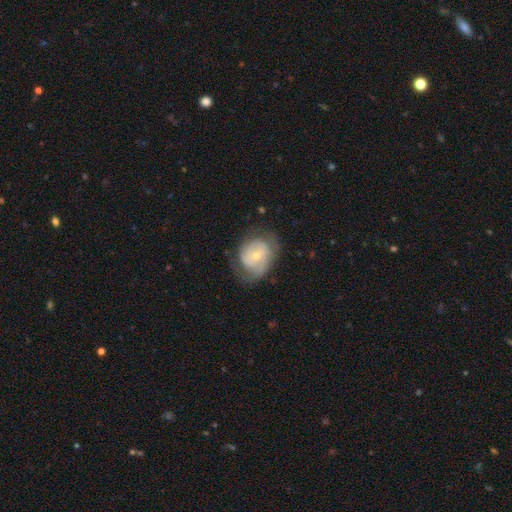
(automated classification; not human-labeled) Smooth or featured? featured or disk (64%)
Edge-on disk? no (97%)
Bar? no (65%)
Spiral arms? yes (81%)
Bulge size? small (58%)
Merging? none (58%)